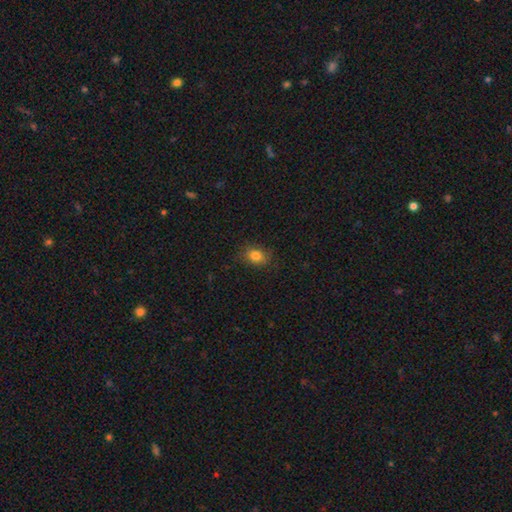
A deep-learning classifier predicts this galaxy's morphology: Q: Smooth or featured?
A: smooth (82%); runner-up: star or artifact (11%)
Q: How rounded?
A: in between (54%); runner-up: round (44%)
Q: Merging?
A: none (83%); runner-up: minor disturbance (13%)